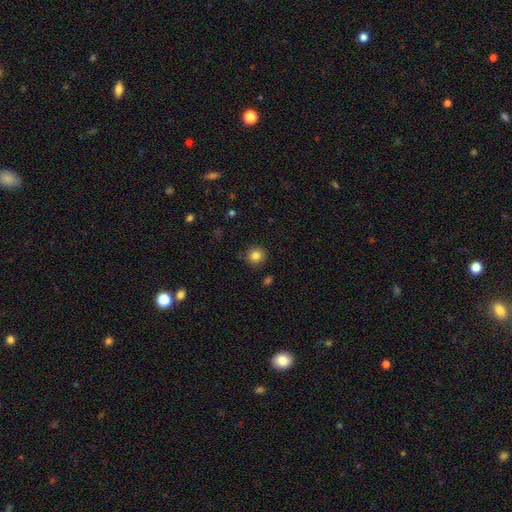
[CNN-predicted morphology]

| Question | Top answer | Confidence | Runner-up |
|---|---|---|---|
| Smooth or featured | smooth | 84% | star or artifact (11%) |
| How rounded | round | 93% | in between (6%) |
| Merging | none | 88% | minor disturbance (8%) |